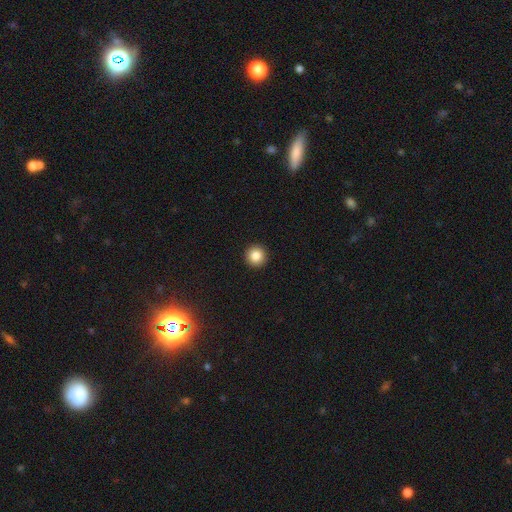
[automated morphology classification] A smooth galaxy with no disk features (85%) that is round (96%).

Vote fractions:
- Smooth or featured? smooth: 85% / star or artifact: 10% / featured or disk: 5%
- How rounded? round: 96% / in between: 3% / cigar-shaped: 1%
- Merging? none: 94% / minor disturbance: 4% / major disturbance: 1% / merger: 1%